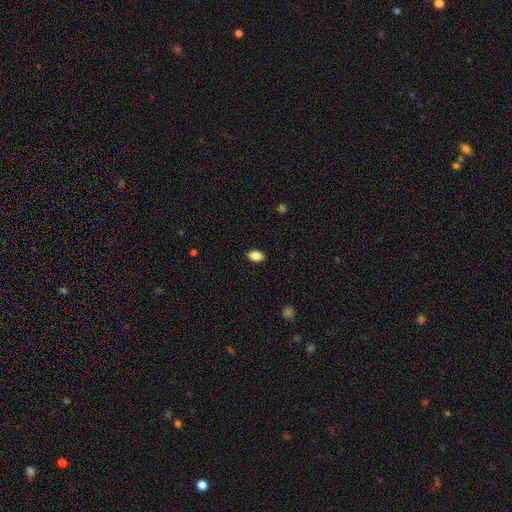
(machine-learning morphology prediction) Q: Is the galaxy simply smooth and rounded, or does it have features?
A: smooth — 88%.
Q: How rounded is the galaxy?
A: in between — 88%.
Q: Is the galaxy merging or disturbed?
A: none — 88%.